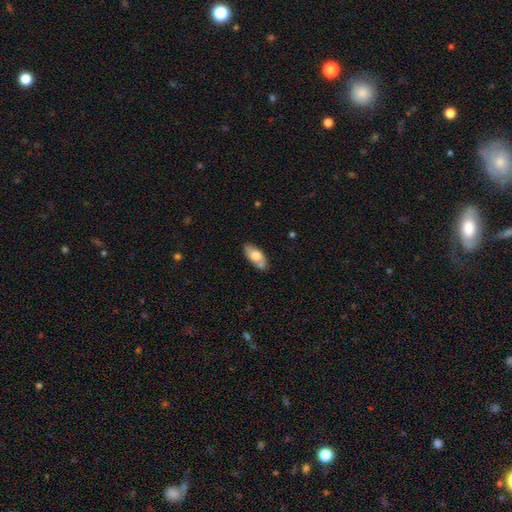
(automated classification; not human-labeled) This is likely a smooth galaxy (68%). How rounded: clearly in between (87%). Merging: likely none (70%).